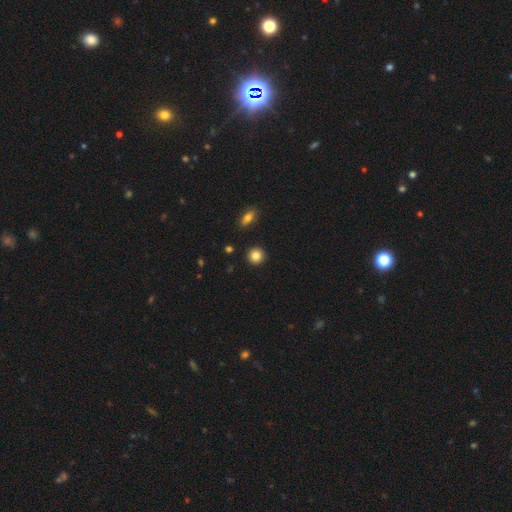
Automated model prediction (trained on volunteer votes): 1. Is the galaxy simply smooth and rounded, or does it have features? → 85% smooth, 10% star or artifact, 5% featured or disk.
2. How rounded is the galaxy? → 92% round, 7% in between, 1% cigar-shaped.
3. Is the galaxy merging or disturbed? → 92% none, 5% minor disturbance, 2% merger, 2% major disturbance.